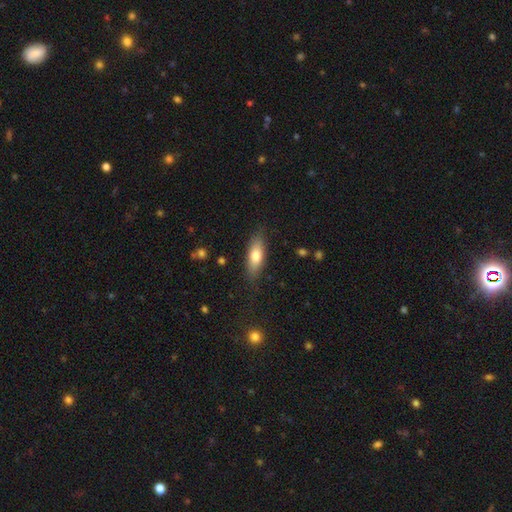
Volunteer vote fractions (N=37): Overall: smooth (70%). How rounded: cigar-shaped (69%). Merging: none (81%).